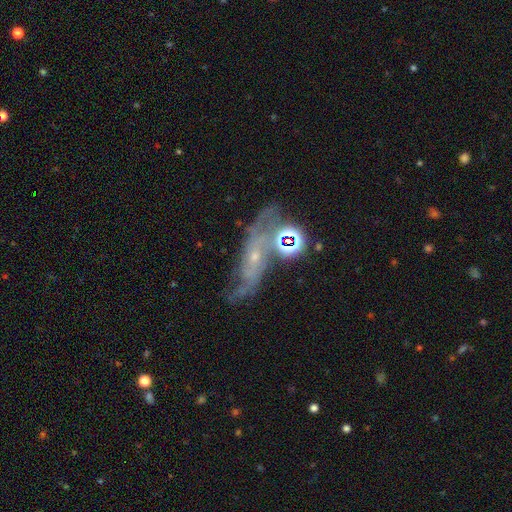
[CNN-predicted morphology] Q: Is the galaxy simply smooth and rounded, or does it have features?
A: featured or disk — 68%.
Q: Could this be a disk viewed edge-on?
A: no — 86%.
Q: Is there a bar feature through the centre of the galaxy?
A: no — 67%.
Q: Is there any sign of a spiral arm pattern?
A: yes — 80%.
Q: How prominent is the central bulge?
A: small — 73%.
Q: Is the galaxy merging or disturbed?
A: none — 39%.